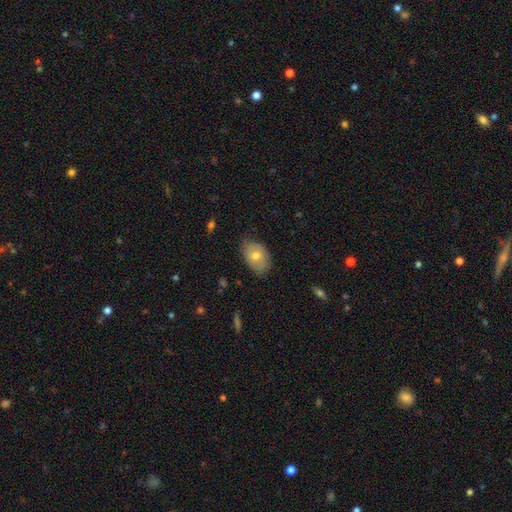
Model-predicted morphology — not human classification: This appears to be a smooth galaxy with no disk features (60%) that is in between round and cigar-shaped (85%). Merging: none (72%).